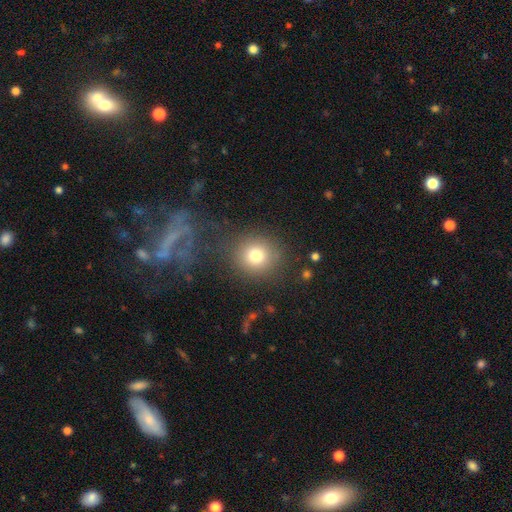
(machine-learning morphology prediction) Overall: smooth (78%). How rounded: round (90%). Merging: none (80%).